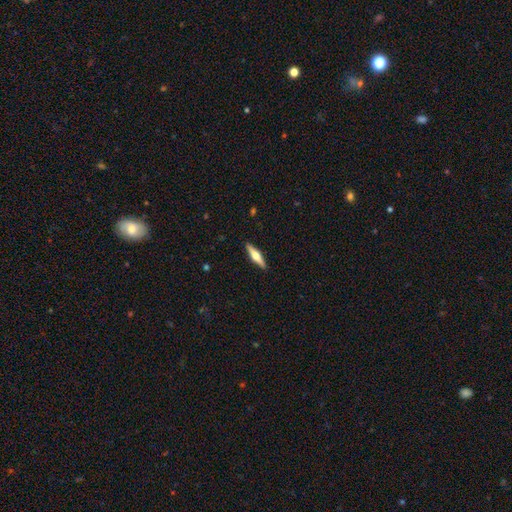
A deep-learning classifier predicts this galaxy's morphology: The model was most divided on "smooth or featured": featured or disk: 58%, smooth: 37%, star or artifact: 5%. More confident: edge-on disk — yes (96%); edge-on bulge — rounded (94%); merging — none (91%).